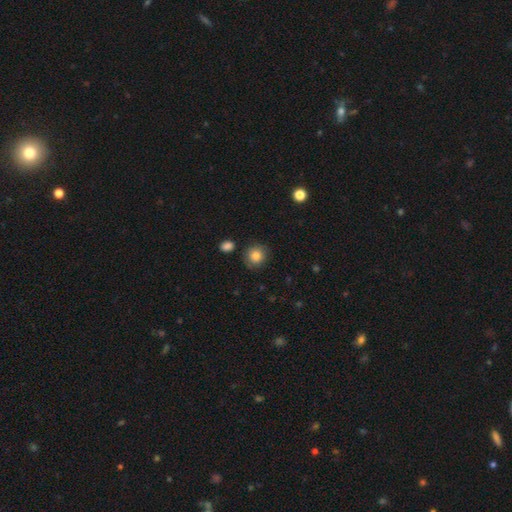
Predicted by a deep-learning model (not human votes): The model was most divided on "merging": none: 83%, minor disturbance: 11%, major disturbance: 3%, merger: 2%. More confident: how rounded — round (88%); smooth or featured — smooth (82%).